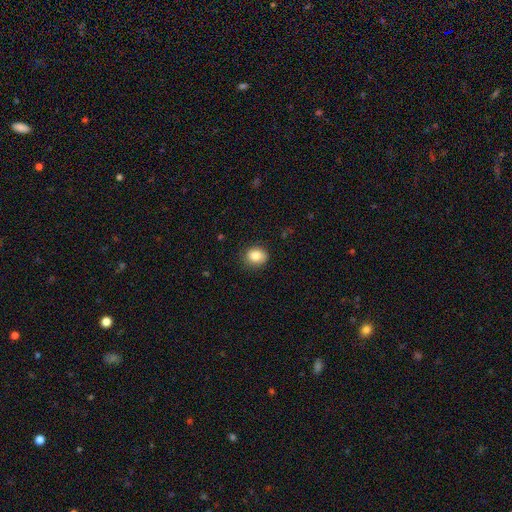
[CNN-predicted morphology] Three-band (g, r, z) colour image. It shows a smooth galaxy with no disk features (84%) that is round (64%). Merging: none (83%).